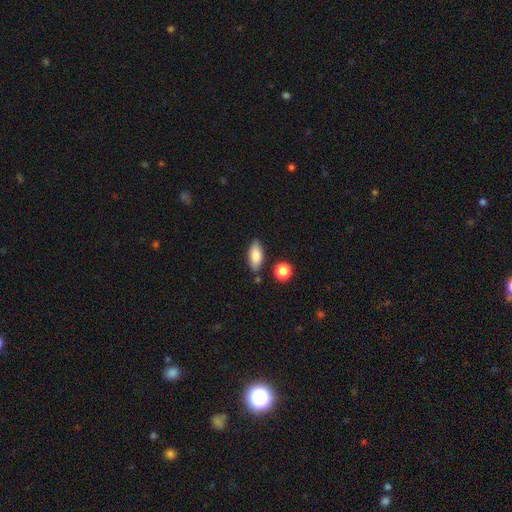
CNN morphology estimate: smooth 82%, featured or disk 11%, star or artifact 7%. Down the decision tree: how rounded — in between (82%); merging — none (79%).